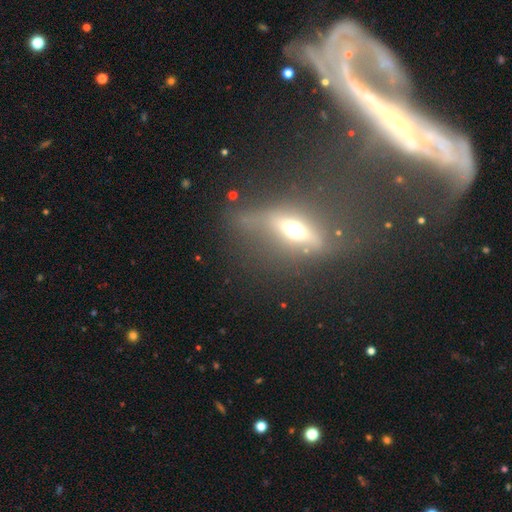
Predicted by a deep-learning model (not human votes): smooth-or-featured: featured or disk: 57% | smooth: 26% | star or artifact: 16%
  disk-edge-on: yes: 63% | no: 37%
  merging: none: 51% | major disturbance: 20% | minor disturbance: 20% | merger: 8%